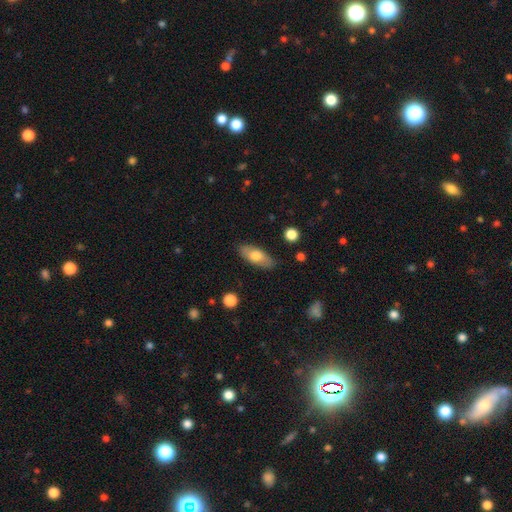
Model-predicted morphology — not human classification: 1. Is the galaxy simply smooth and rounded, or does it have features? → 70% smooth, 24% featured or disk, 6% star or artifact.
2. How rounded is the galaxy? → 79% in between, 18% cigar-shaped, 3% round.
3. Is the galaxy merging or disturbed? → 85% none, 11% minor disturbance, 2% major disturbance, 1% merger.